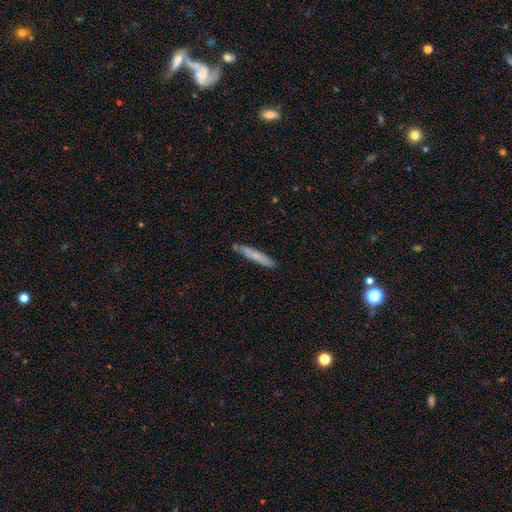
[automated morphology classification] Smooth or featured?
  - smooth: 74% *
  - featured or disk: 20%
  - star or artifact: 6%
How rounded?
  - cigar-shaped: 95% *
  - in between: 4%
  - round: 1%
Merging?
  - none: 82% *
  - minor disturbance: 13%
  - merger: 3%
  - major disturbance: 2%